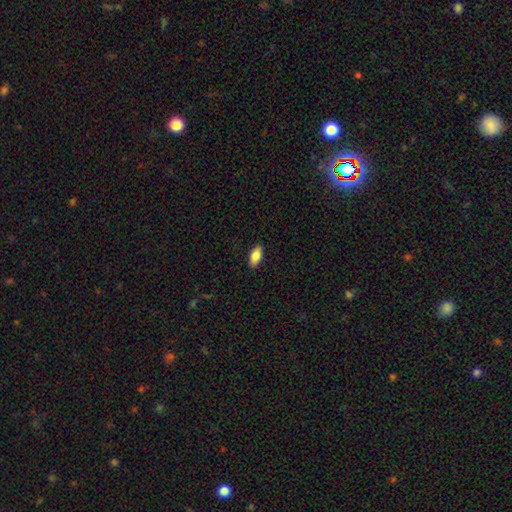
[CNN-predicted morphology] The model was most divided on "smooth or featured": smooth: 81%, featured or disk: 12%, star or artifact: 7%. More confident: merging — none (88%); how rounded — in between (87%).